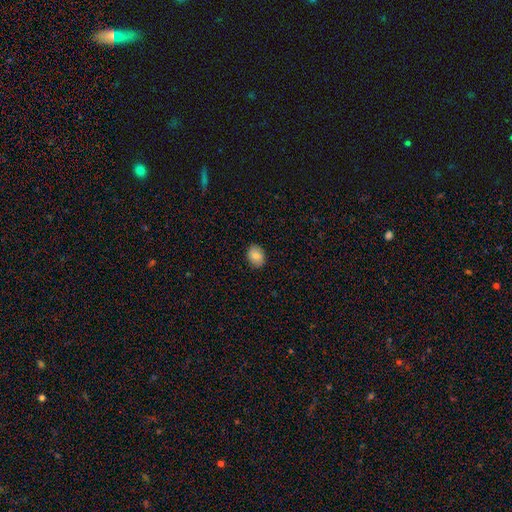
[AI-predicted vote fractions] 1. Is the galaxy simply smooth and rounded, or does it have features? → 82% smooth, 10% featured or disk, 8% star or artifact.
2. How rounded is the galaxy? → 60% in between, 39% round, 1% cigar-shaped.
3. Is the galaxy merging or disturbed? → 89% none, 8% minor disturbance, 2% major disturbance, 1% merger.